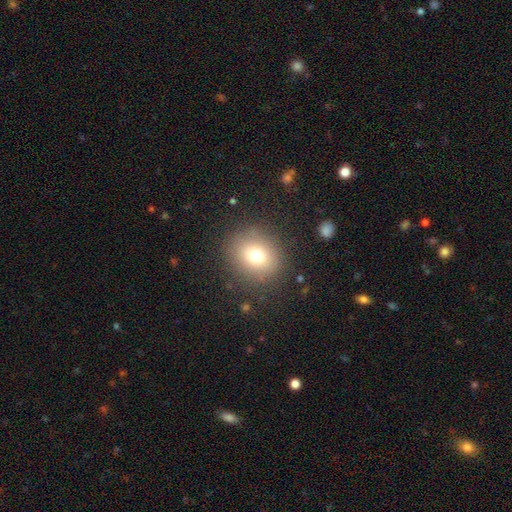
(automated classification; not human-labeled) smooth-or-featured: smooth: 73% | star or artifact: 15% | featured or disk: 12%
  how-rounded: round: 79% | in between: 20% | cigar-shaped: 1%
  merging: none: 85% | minor disturbance: 9% | major disturbance: 5% | merger: 1%